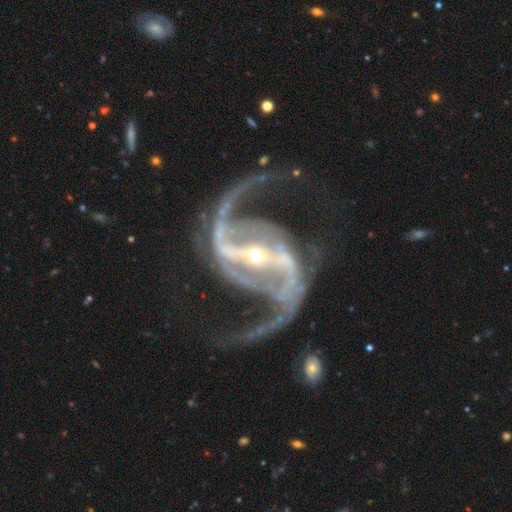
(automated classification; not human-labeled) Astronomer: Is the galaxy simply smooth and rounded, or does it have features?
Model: featured or disk — 94%.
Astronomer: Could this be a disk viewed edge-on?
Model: no — 98%.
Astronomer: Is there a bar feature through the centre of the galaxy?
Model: strong — 78%.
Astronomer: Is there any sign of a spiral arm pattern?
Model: yes — 99%.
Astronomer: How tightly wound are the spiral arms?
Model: medium — 47% (runner-up: loose, 43%).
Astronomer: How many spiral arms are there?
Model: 2 — 93%.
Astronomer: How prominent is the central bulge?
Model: small — 77%.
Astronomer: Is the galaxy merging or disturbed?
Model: none — 72%.